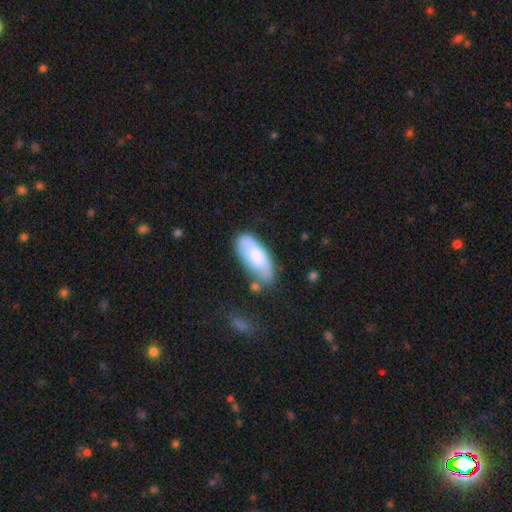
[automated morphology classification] A smooth galaxy with no disk features (72%) that is in between round and cigar-shaped (83%). Merging: none (59%).